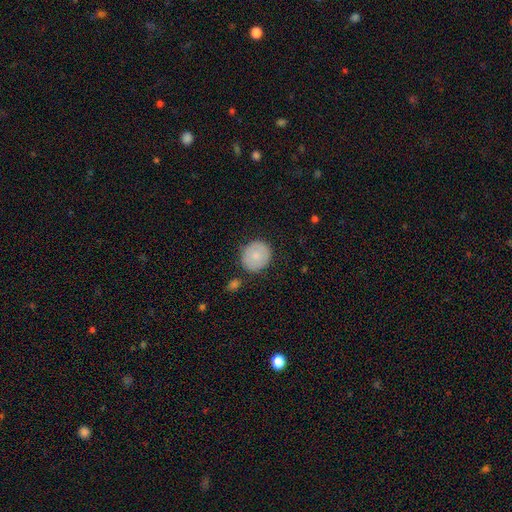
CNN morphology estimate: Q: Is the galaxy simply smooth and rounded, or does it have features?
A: smooth — 80%.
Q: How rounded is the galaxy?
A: round — 86%.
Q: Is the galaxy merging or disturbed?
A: none — 83%.